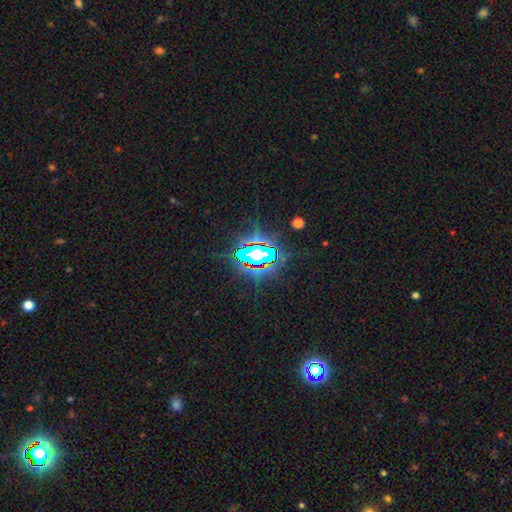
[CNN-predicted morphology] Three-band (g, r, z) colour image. It shows a star or artifact, not a galaxy (72%).